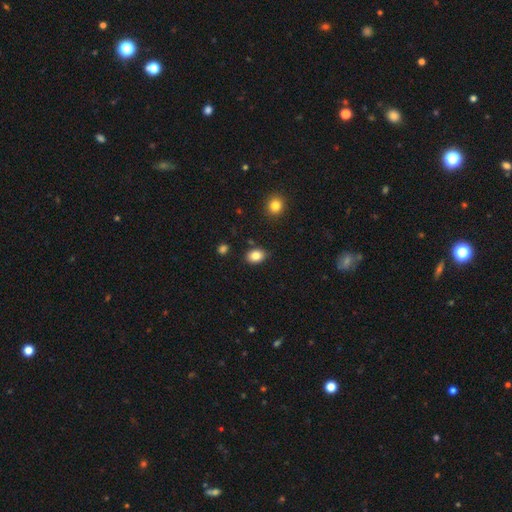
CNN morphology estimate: smooth_or_featured: smooth (p=0.84) [alt: star or artifact p=0.09]
how_rounded: in between (p=0.68) [alt: round p=0.31]
merging: none (p=0.85) [alt: minor disturbance p=0.10]